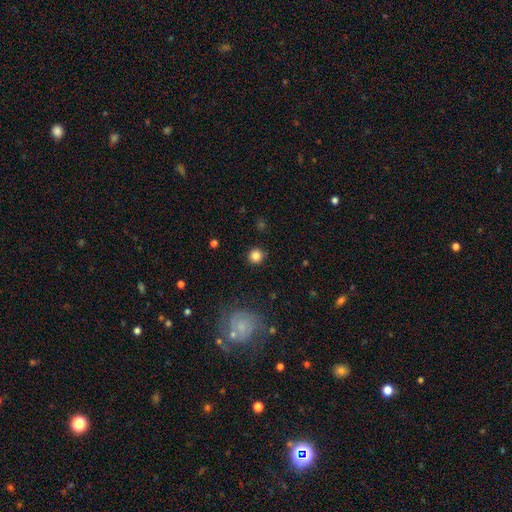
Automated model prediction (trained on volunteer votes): This is clearly a smooth galaxy (84%). How rounded: clearly round (93%). Merging: clearly none (89%).